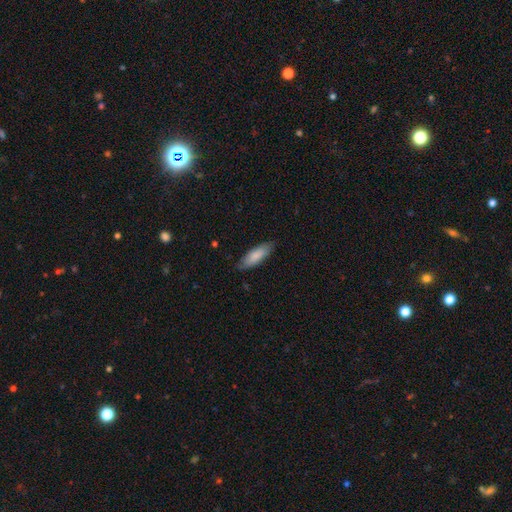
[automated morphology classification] Q: Smooth or featured?
A: smooth (84%); runner-up: featured or disk (11%)
Q: How rounded?
A: in between (58%); runner-up: cigar-shaped (41%)
Q: Merging?
A: none (82%); runner-up: minor disturbance (15%)